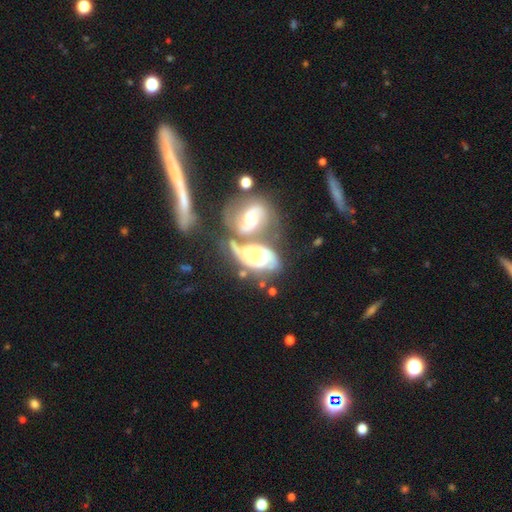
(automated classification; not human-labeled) Smooth or featured?
  - featured or disk: 78% *
  - smooth: 16%
  - star or artifact: 7%
Edge-on disk?
  - no: 95% *
  - yes: 5%
Bar?
  - no: 58% *
  - weak: 30%
  - strong: 13%
Spiral arms?
  - yes: 91% *
  - no: 9%
Spiral winding?
  - tight: 47% *
  - medium: 38%
  - loose: 14%
Spiral arm count?
  - 2: 65% *
  - can't tell: 18%
  - 3: 7%
  - 1: 6%
  - 4: 2%
  - more than 4: 2%
Bulge size?
  - moderate: 56% *
  - small: 23%
  - large: 15%
  - none: 4%
  - dominant: 2%
Merging?
  - merger: 57% *
  - none: 21%
  - minor disturbance: 11%
  - major disturbance: 11%